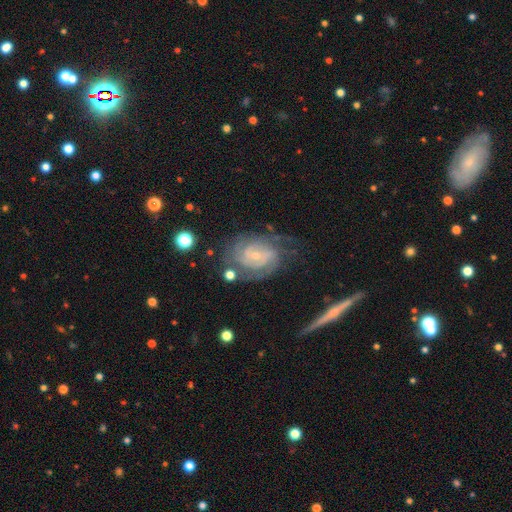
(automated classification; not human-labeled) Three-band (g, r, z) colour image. It shows a featured or disk galaxy (85%) with no bar (55%), 2 (37%) tight (63%) spiral arms (95%) and a small central bulge (74%). Merging: none (64%).